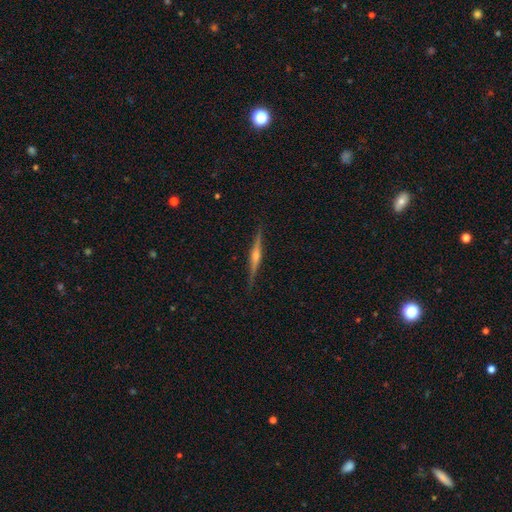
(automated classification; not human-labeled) Smooth or featured: featured or disk — 79% (smooth — 15%)
Edge-on disk: yes — 98% (no — 2%)
Edge-on bulge: rounded — 85% (boxy — 8%)
Merging: none — 90% (minor disturbance — 7%)